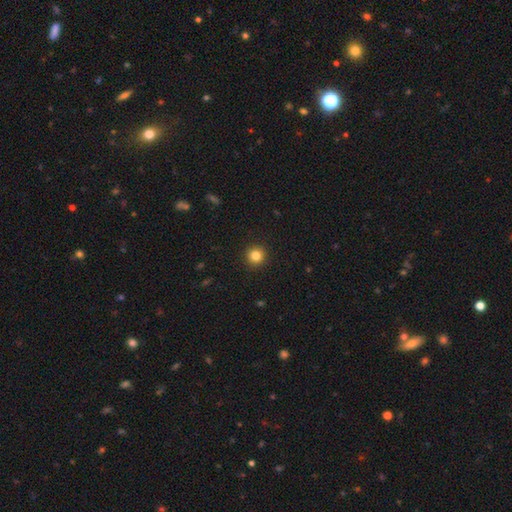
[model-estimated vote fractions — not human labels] Morphology: type=smooth (82%); roundness=round (95%); merging=none (93%).